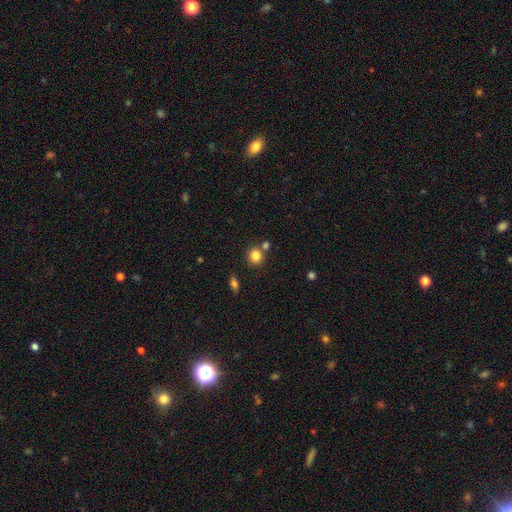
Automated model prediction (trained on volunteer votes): Overall: smooth (82%). How rounded: round (86%). Merging: none (70%).